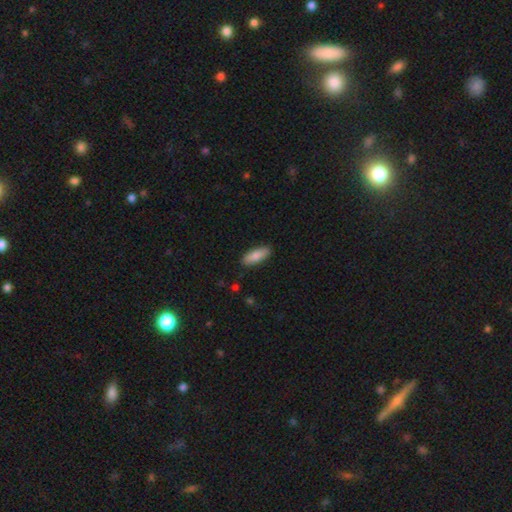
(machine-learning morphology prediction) Smooth or featured? smooth (86%)
How rounded? in between (67%)
Merging? none (88%)